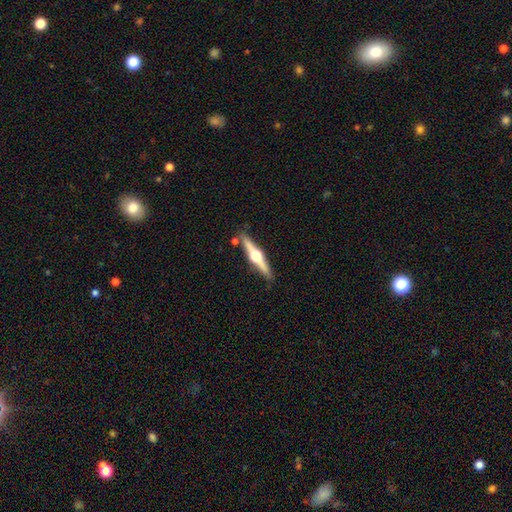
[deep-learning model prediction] The model was most divided on "smooth or featured": featured or disk: 78%, smooth: 17%, star or artifact: 5%. More confident: edge-on disk — yes (98%); edge-on bulge — rounded (97%); merging — none (87%).